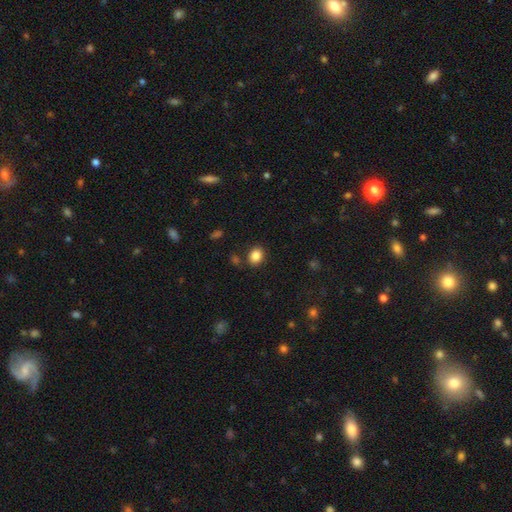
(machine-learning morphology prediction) Smooth or featured: smooth — 85% (star or artifact — 10%)
How rounded: round — 50% (in between — 49%)
Merging: none — 83% (minor disturbance — 9%)